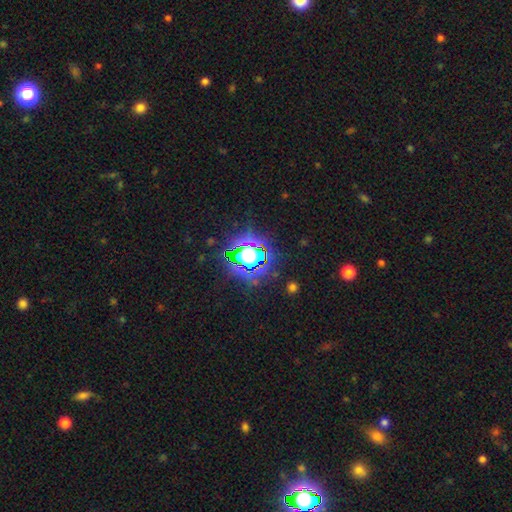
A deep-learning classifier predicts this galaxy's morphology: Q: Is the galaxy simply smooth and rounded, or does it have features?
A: star or artifact — 67%.